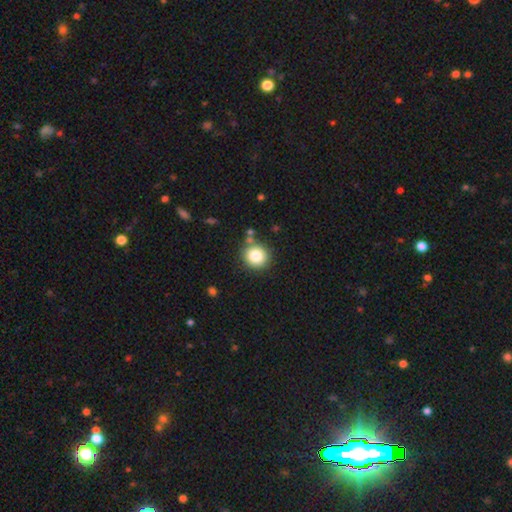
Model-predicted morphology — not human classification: Smooth or featured: smooth — 82% (star or artifact — 11%)
How rounded: round — 91% (in between — 8%)
Merging: none — 83% (minor disturbance — 9%)